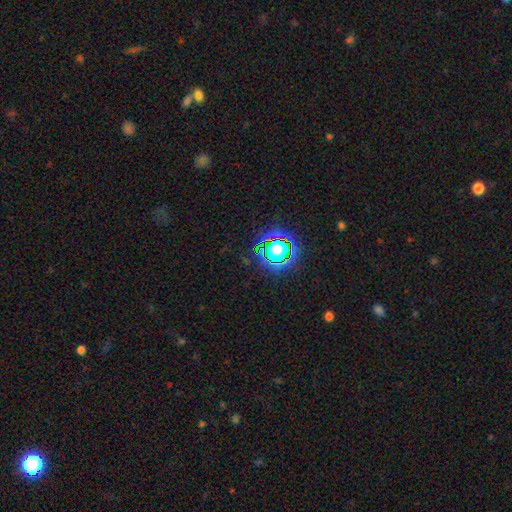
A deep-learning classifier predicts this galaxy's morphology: Q: Smooth or featured?
A: star or artifact (78%); runner-up: smooth (15%)